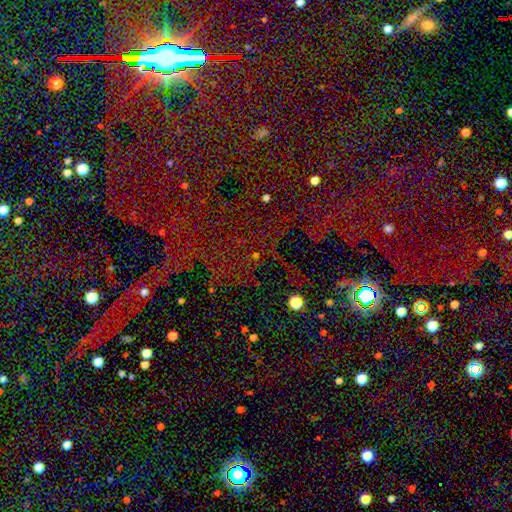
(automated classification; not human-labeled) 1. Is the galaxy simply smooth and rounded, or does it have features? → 73% star or artifact, 18% smooth, 9% featured or disk.